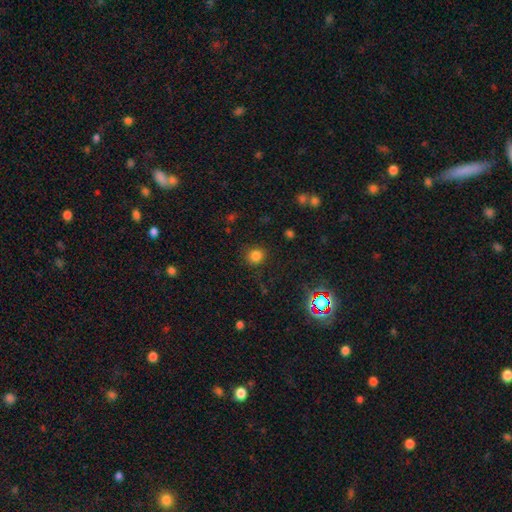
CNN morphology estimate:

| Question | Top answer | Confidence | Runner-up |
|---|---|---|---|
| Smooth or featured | smooth | 79% | star or artifact (16%) |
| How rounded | round | 85% | in between (14%) |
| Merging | none | 85% | minor disturbance (10%) |